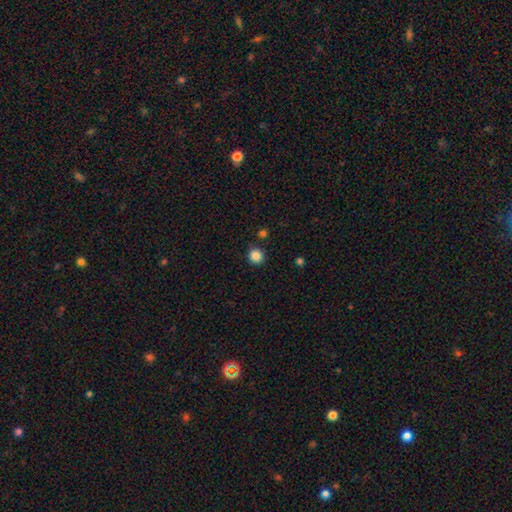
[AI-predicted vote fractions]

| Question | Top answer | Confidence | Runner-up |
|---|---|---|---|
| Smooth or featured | smooth | 86% | star or artifact (11%) |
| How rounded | round | 91% | in between (8%) |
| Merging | none | 88% | minor disturbance (7%) |